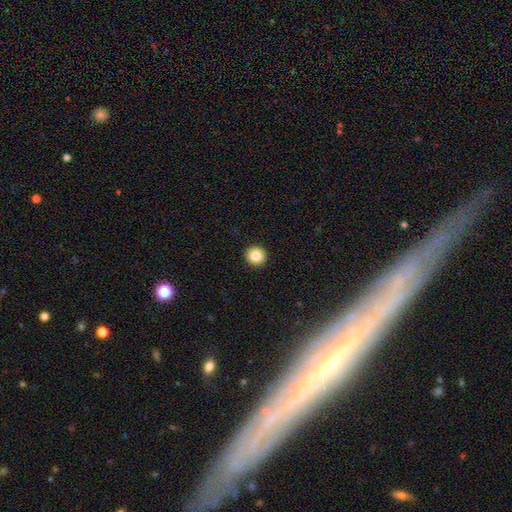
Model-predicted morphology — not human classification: Smooth or featured? Predicted: smooth (p=0.83). How rounded? Predicted: round (p=0.94). Merging? Predicted: none (p=0.94).